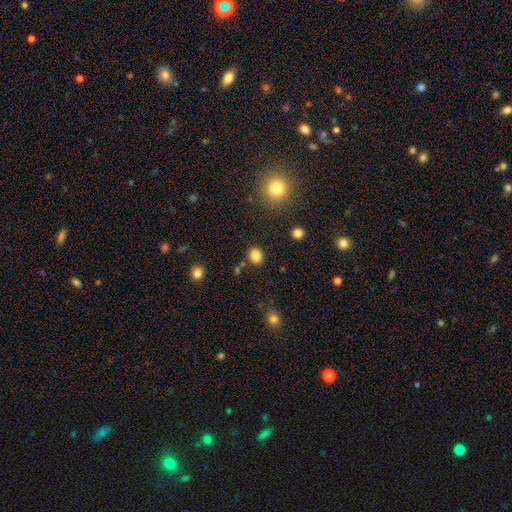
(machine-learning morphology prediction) Smooth or featured? smooth (84%)
How rounded? round (65%)
Merging? none (86%)